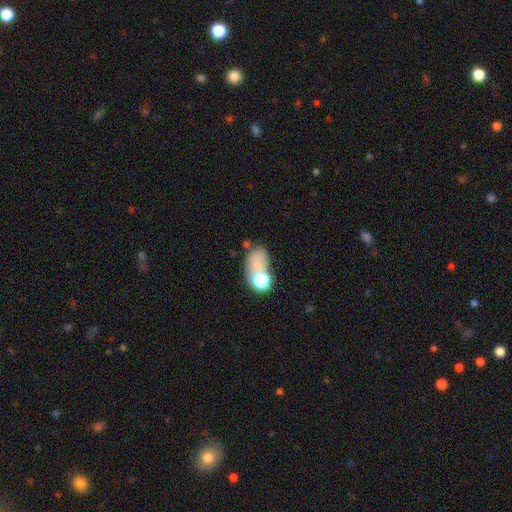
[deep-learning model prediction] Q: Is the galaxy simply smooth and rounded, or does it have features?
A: smooth — 64%.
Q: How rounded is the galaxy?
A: in between — 76%.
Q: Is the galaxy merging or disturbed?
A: none — 38%.